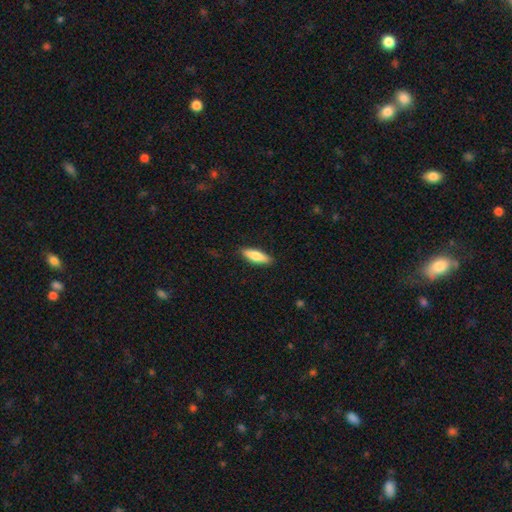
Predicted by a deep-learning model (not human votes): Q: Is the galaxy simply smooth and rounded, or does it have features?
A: smooth — 81%.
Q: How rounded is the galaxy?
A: in between — 51%.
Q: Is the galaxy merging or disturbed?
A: none — 88%.